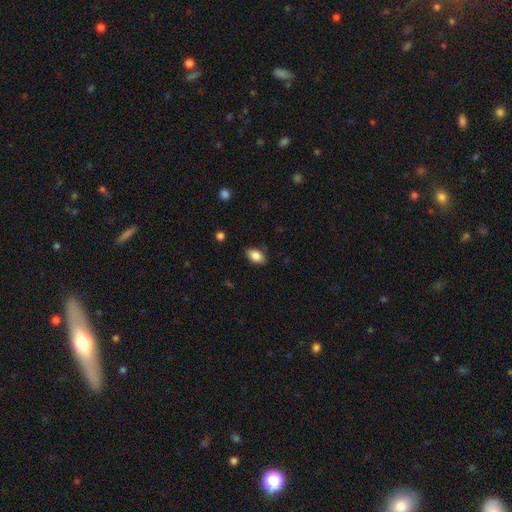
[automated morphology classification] Smooth or featured: smooth — 86% (star or artifact — 8%)
How rounded: in between — 88% (round — 10%)
Merging: none — 84% (minor disturbance — 12%)